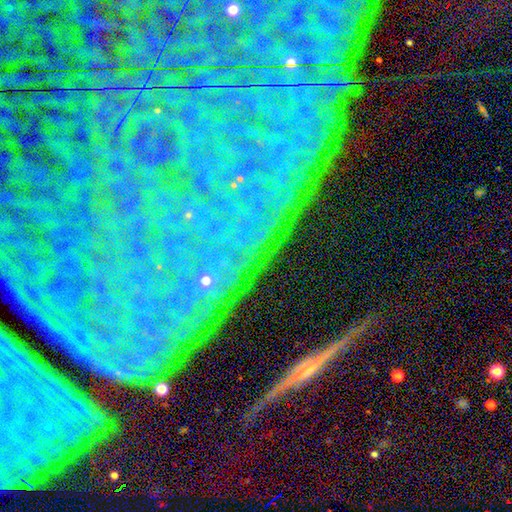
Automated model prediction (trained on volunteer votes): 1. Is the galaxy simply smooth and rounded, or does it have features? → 64% star or artifact, 25% featured or disk, 11% smooth.